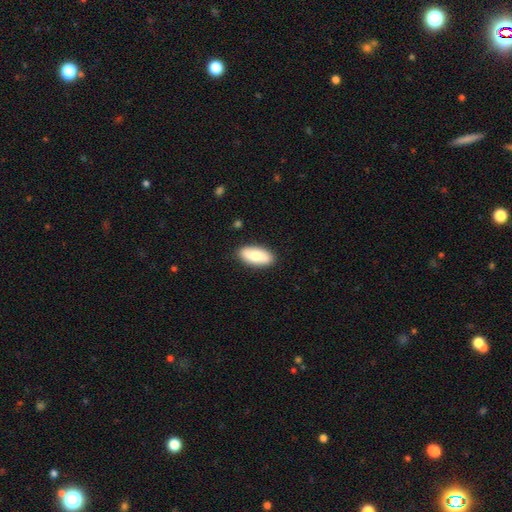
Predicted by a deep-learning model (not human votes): This appears to be a smooth galaxy with no disk features (77%) that is in between round and cigar-shaped (86%). Merging: none (89%).